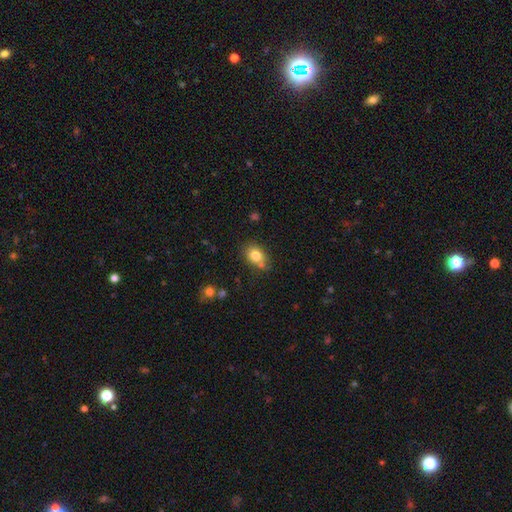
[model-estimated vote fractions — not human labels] Smooth or featured? Predicted: smooth (p=0.81). How rounded? Predicted: in between (p=0.60). Merging? Predicted: none (p=0.67).